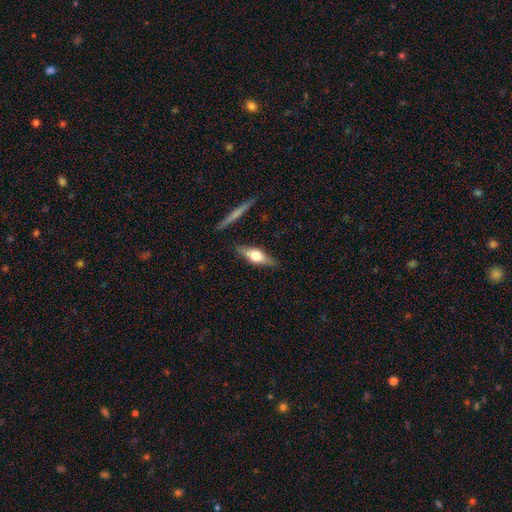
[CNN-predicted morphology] featured or disk 50%, smooth 43%, star or artifact 7%. Down the decision tree: edge-on disk — yes (92%); merging — none (84%).